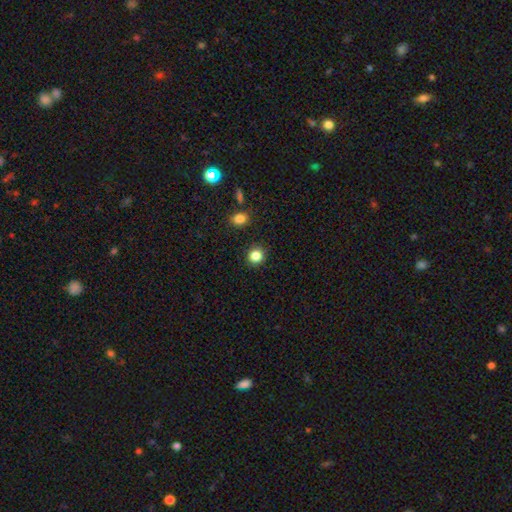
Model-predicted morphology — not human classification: Smooth or featured?
  - smooth: 84% *
  - star or artifact: 12%
  - featured or disk: 5%
How rounded?
  - round: 90% *
  - in between: 9%
  - cigar-shaped: 1%
Merging?
  - none: 91% *
  - minor disturbance: 6%
  - major disturbance: 2%
  - merger: 2%